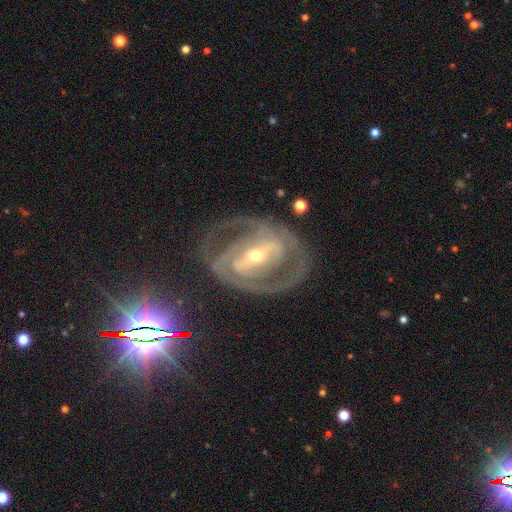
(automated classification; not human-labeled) This is clearly a featured or disk galaxy (86%). It is clearly not viewed edge-on (95%). Bar: possibly strong (55%). Spiral arm pattern: clearly yes (81%). Spiral arm count: likely 2 (65%). Spiral winding: possibly tight (50%). Central bulge: possibly small (56%). Merging: likely none (65%).